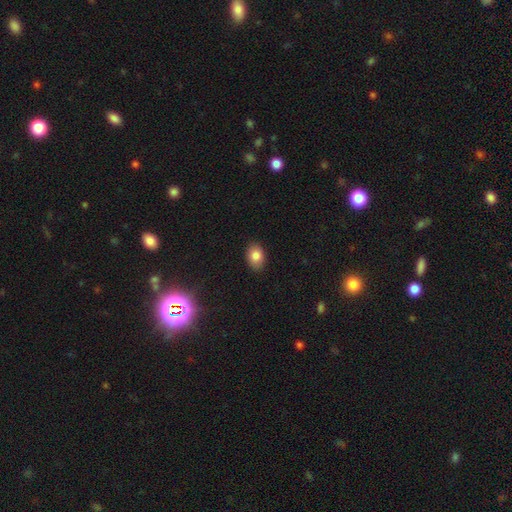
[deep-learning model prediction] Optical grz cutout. It shows a smooth galaxy with no disk features (82%) that is in between round and cigar-shaped (77%). Merging: none (88%).